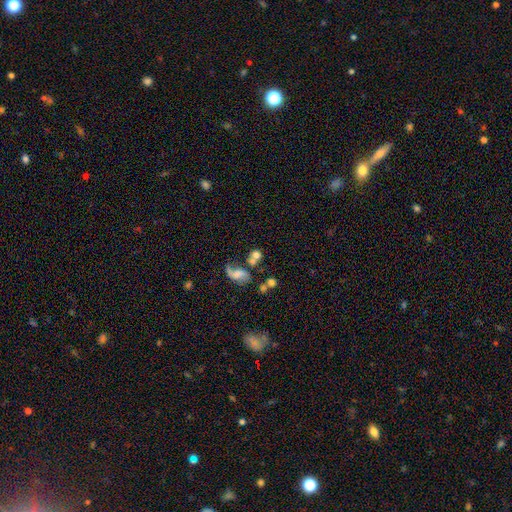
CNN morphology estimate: Smooth or featured?
  - smooth: 56% *
  - featured or disk: 31%
  - star or artifact: 13%
How rounded?
  - round: 65% *
  - in between: 32%
  - cigar-shaped: 3%
Merging?
  - none: 38% * (tied)
  - merger: 38% * (tied)
  - minor disturbance: 12%
  - major disturbance: 12%